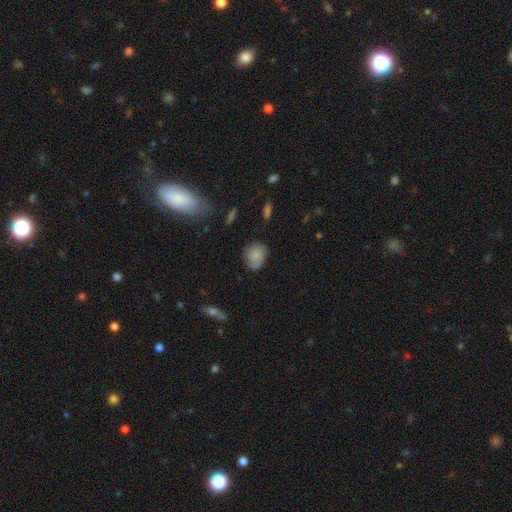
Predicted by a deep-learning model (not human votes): smooth-or-featured: smooth: 78% | featured or disk: 14% | star or artifact: 9%
  how-rounded: round: 51% | in between: 48% | cigar-shaped: 1%
  merging: none: 69% | minor disturbance: 23% | major disturbance: 6% | merger: 2%